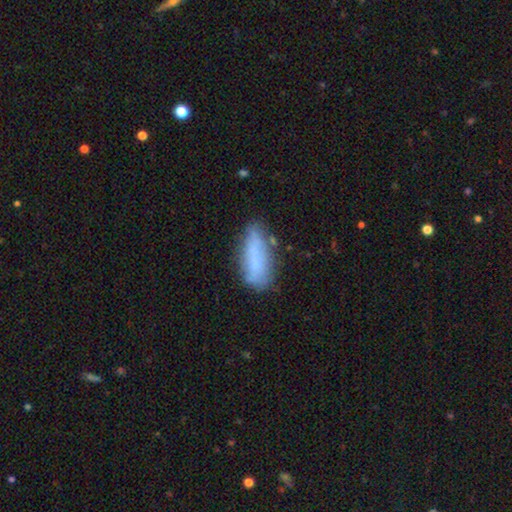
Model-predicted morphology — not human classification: This is likely a smooth galaxy (73%). How rounded: likely in between (62%). Merging: likely none (62%).